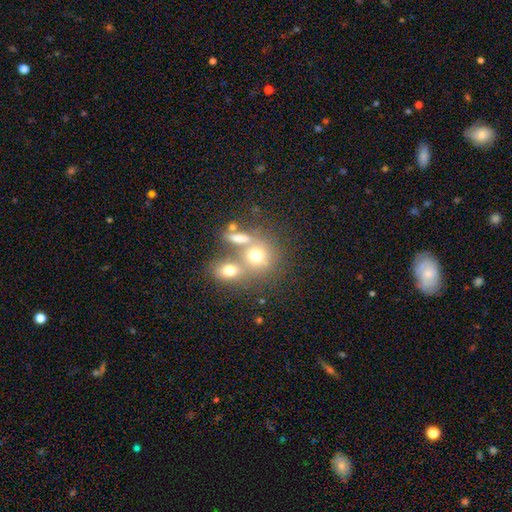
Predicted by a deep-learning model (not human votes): Smooth or featured: smooth — 67% (featured or disk — 18%)
How rounded: round — 73% (in between — 25%)
Merging: merger — 44% (none — 41%)